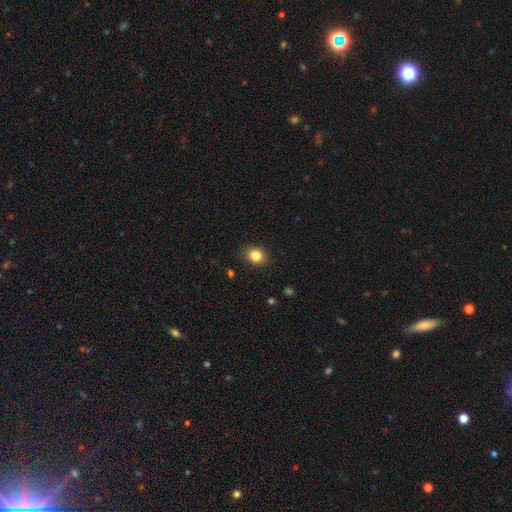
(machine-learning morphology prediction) Q: Smooth or featured?
A: smooth (84%); runner-up: star or artifact (11%)
Q: How rounded?
A: round (64%); runner-up: in between (35%)
Q: Merging?
A: none (88%); runner-up: minor disturbance (9%)